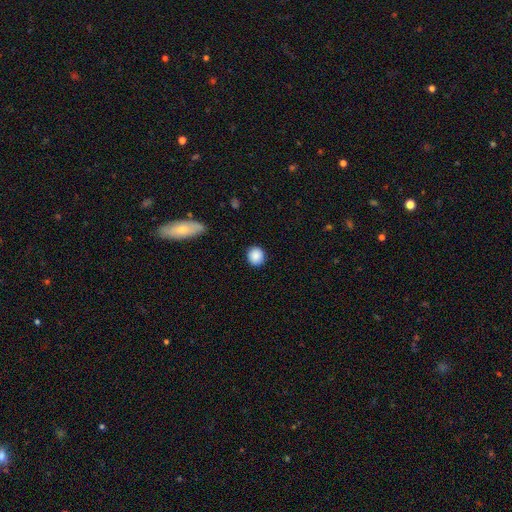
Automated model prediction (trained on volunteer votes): Smooth or featured? smooth (89%)
How rounded? round (85%)
Merging? none (90%)